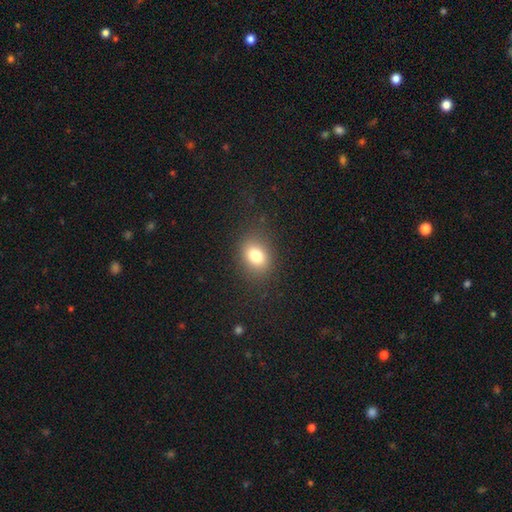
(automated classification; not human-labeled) Smooth or featured: smooth — 79% (star or artifact — 12%)
How rounded: in between — 58% (round — 41%)
Merging: none — 84% (minor disturbance — 10%)